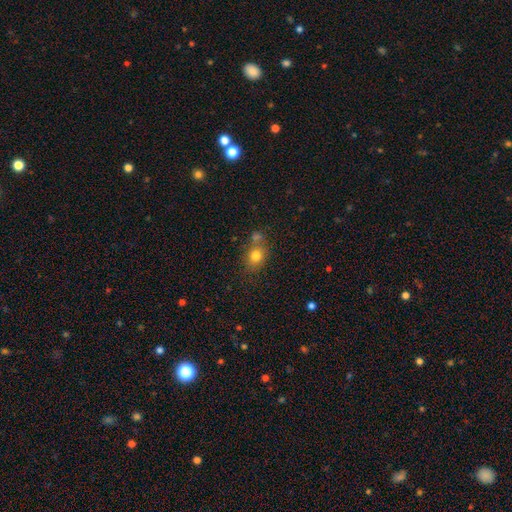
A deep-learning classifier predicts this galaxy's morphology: smooth_or_featured: smooth (p=0.79) [alt: star or artifact p=0.12]
how_rounded: round (p=0.60) [alt: in between p=0.39]
merging: none (p=0.57) [alt: merger p=0.25]